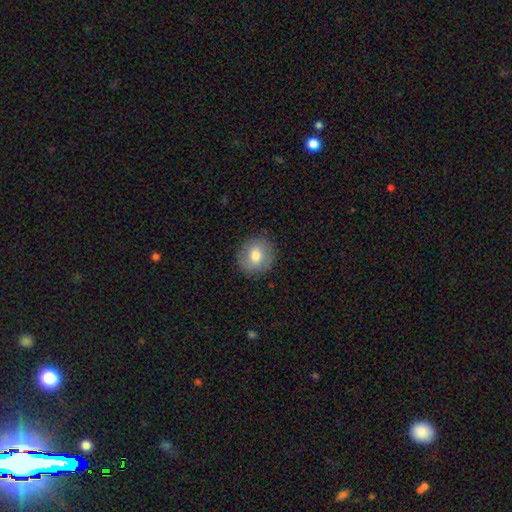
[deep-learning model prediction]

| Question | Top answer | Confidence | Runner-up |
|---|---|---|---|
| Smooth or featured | smooth | 72% | featured or disk (19%) |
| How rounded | round | 83% | in between (16%) |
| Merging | none | 88% | minor disturbance (9%) |